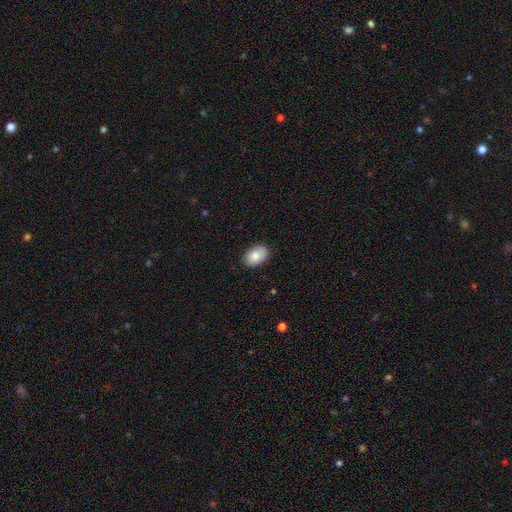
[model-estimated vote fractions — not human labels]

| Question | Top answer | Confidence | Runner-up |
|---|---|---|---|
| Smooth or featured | smooth | 85% | featured or disk (8%) |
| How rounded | in between | 89% | round (10%) |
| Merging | none | 87% | minor disturbance (10%) |